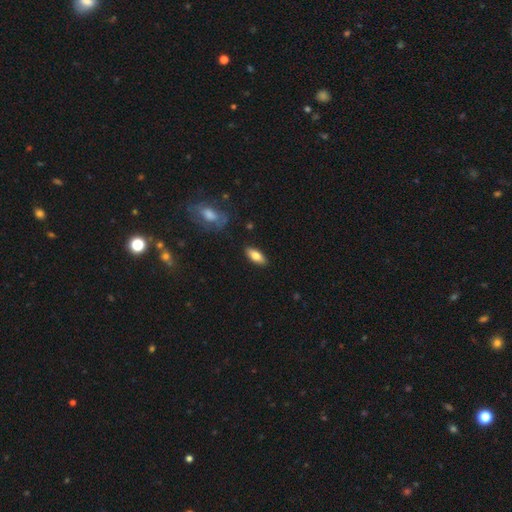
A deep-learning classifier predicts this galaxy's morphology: Q: Smooth or featured?
A: smooth (77%); runner-up: featured or disk (16%)
Q: How rounded?
A: in between (80%); runner-up: cigar-shaped (17%)
Q: Merging?
A: none (87%); runner-up: minor disturbance (9%)